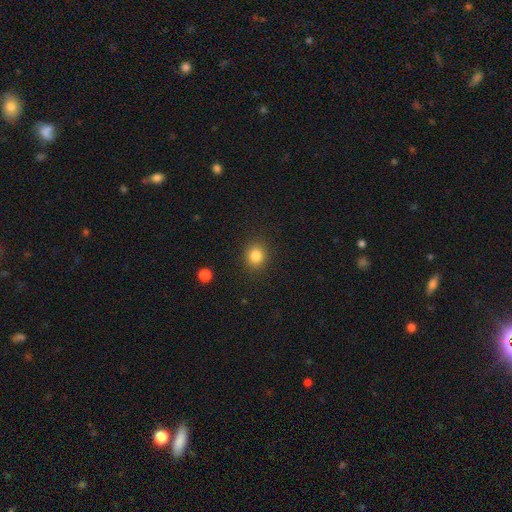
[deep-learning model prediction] Smooth or featured? Predicted: smooth (p=0.84). How rounded? Predicted: round (p=0.77). Merging? Predicted: none (p=0.88).